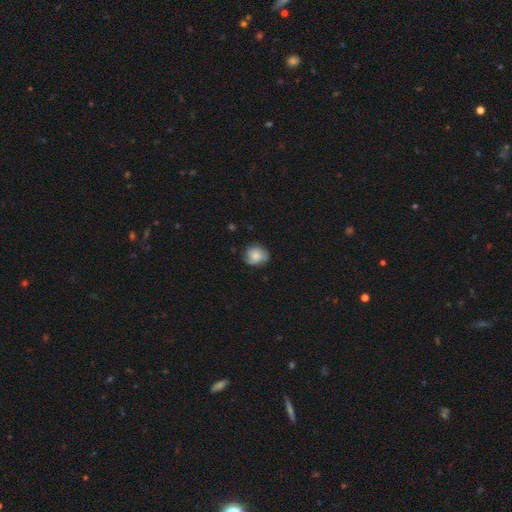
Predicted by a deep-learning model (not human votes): smooth-or-featured: smooth: 72% | featured or disk: 20% | star or artifact: 8%
  how-rounded: round: 71% | in between: 28% | cigar-shaped: 1%
  merging: none: 68% | minor disturbance: 25% | major disturbance: 6% | merger: 1%